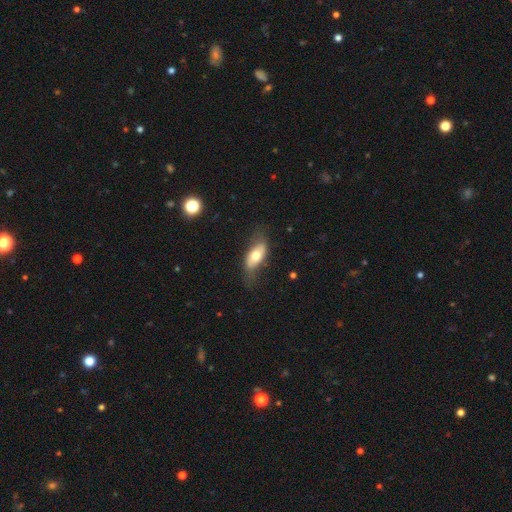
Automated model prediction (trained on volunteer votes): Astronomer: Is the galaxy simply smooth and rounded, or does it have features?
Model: smooth — 61%.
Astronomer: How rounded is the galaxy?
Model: in between — 84%.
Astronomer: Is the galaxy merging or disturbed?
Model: none — 62%.